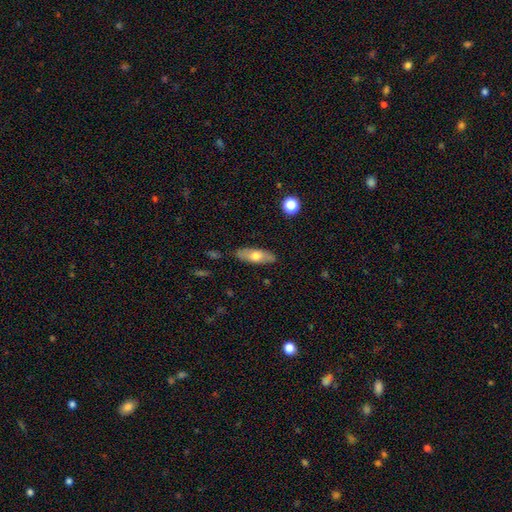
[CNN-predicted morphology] A smooth galaxy with no disk features (64%) that is in between round and cigar-shaped (68%). Merging: none (84%).